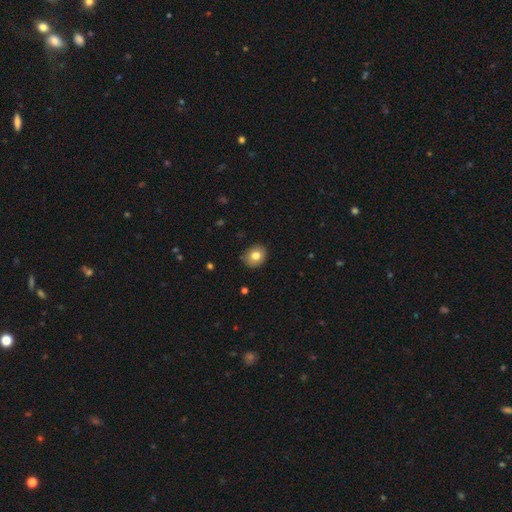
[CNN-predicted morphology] smooth_or_featured: smooth (p=0.79) [alt: featured or disk p=0.12]
how_rounded: round (p=0.58) [alt: in between p=0.41]
merging: none (p=0.85) [alt: minor disturbance p=0.12]